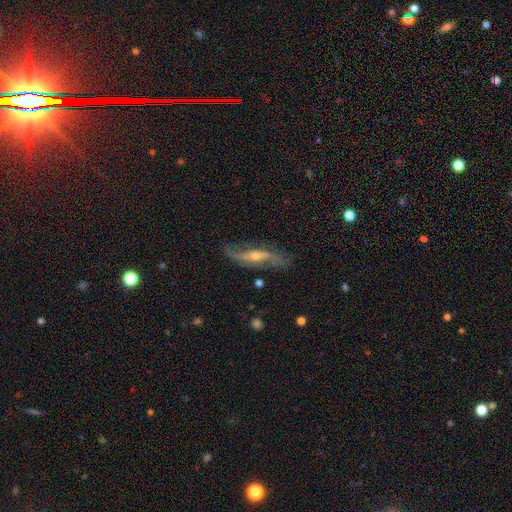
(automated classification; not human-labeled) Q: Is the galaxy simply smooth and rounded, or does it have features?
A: featured or disk — 83%.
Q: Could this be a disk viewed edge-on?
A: no — 74%.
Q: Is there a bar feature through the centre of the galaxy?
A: no — 39%.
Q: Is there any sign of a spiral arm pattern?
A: yes — 92%.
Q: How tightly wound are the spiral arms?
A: loose — 78%.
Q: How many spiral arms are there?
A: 2 — 89%.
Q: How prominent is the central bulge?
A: small — 52%.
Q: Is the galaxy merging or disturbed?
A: none — 70%.